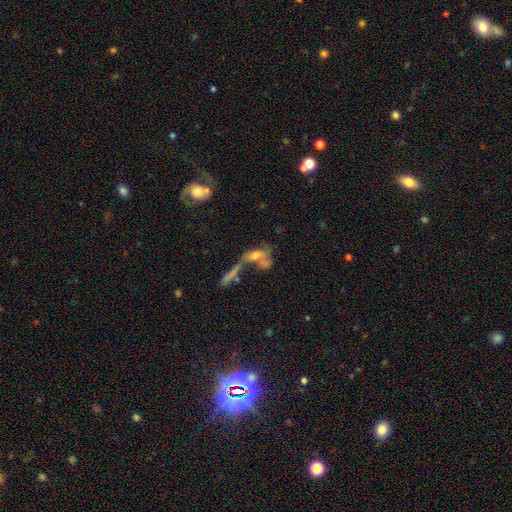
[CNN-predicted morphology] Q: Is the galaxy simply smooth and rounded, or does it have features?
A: featured or disk — 43%.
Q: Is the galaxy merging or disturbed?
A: merger — 50%.